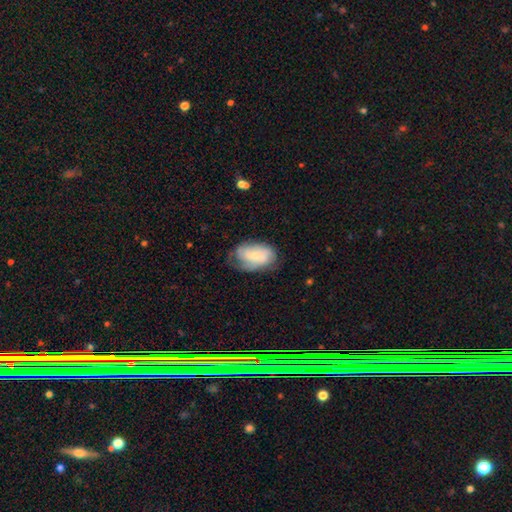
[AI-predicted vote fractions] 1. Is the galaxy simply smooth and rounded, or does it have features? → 50% featured or disk, 43% smooth, 7% star or artifact.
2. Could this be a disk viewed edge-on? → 96% no, 4% yes.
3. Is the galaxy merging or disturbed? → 54% none, 30% minor disturbance, 14% major disturbance, 2% merger.